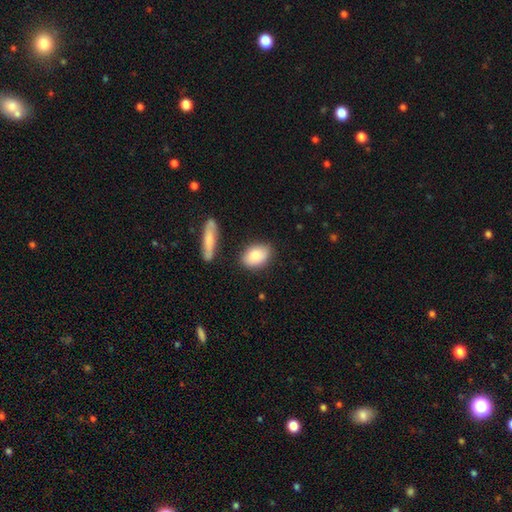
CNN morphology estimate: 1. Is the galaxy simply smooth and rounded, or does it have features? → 83% smooth, 11% featured or disk, 6% star or artifact.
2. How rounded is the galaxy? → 82% in between, 15% round, 3% cigar-shaped.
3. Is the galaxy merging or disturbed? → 80% none, 13% minor disturbance, 5% merger, 3% major disturbance.